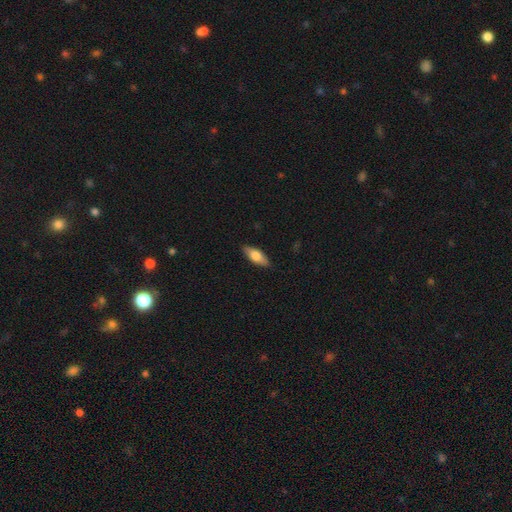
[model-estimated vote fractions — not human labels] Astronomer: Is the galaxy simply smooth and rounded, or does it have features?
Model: smooth — 72%.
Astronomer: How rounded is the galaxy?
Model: in between — 74%.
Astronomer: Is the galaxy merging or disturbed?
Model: none — 88%.